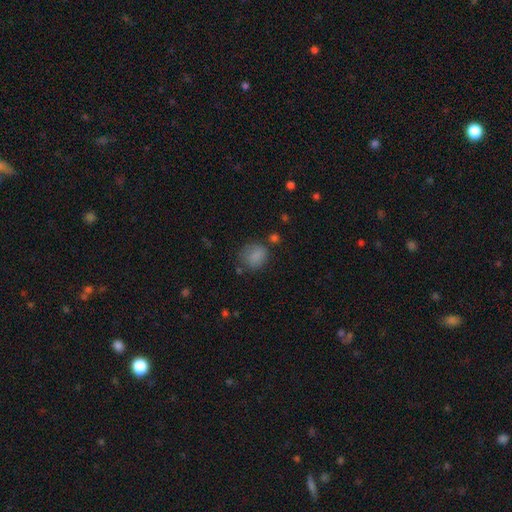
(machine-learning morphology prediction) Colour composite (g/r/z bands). It shows a smooth galaxy with no disk features (81%) that is round (69%). Merging: none (63%).